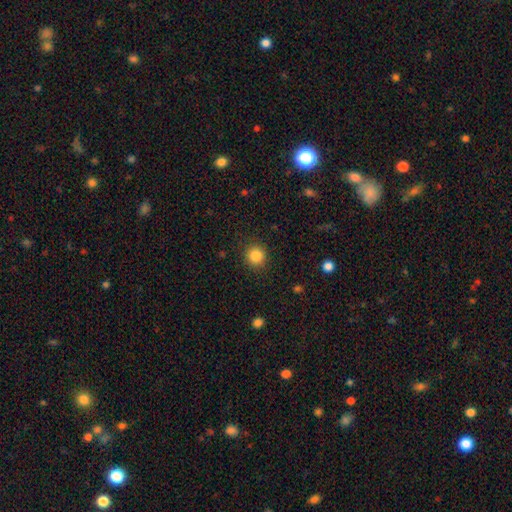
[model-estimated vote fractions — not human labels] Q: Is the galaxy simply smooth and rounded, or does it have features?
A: smooth — 85%.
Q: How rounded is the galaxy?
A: round — 92%.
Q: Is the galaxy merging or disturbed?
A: none — 90%.